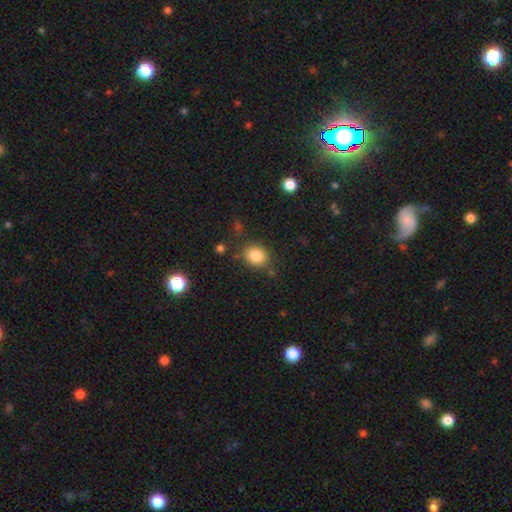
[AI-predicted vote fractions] The model was most divided on "how rounded": round: 59%, in between: 40%, cigar-shaped: 1%. More confident: smooth or featured — smooth (83%); merging — none (78%).